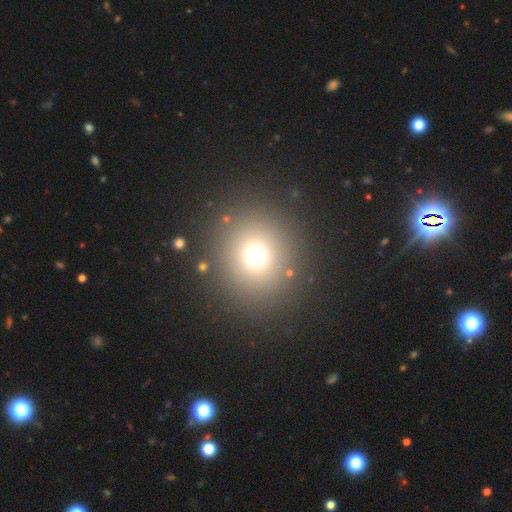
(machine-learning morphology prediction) A smooth galaxy with no disk features (67%) that is round (89%).

Vote fractions:
- Smooth or featured? smooth: 67% / star or artifact: 25% / featured or disk: 8%
- How rounded? round: 89% / in between: 10% / cigar-shaped: 1%
- Merging? none: 86% / minor disturbance: 6% / major disturbance: 5% / merger: 3%